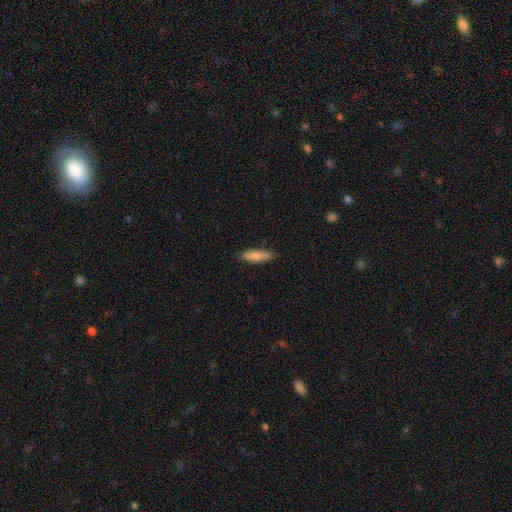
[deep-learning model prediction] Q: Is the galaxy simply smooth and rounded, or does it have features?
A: smooth — 83%.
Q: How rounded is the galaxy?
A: cigar-shaped — 57%.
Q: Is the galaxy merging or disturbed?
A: none — 81%.